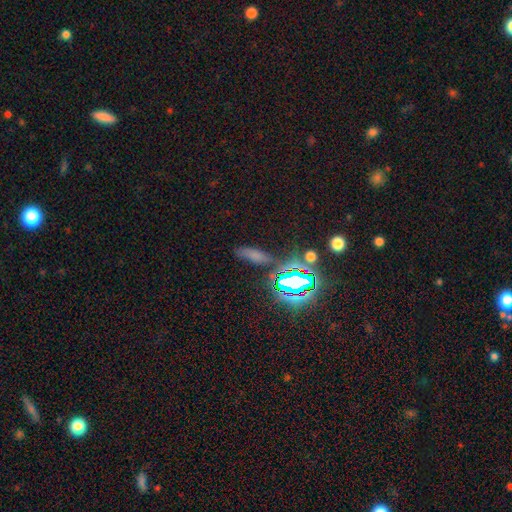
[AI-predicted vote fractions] Smooth or featured? smooth (58%)
How rounded? cigar-shaped (49%)
Merging? none (74%)